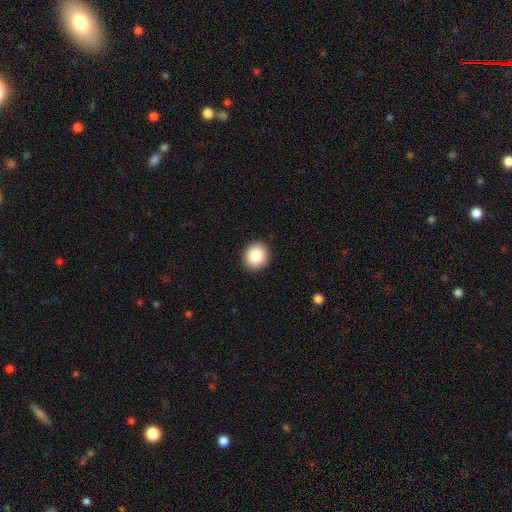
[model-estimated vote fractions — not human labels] Smooth or featured? smooth (86%)
How rounded? round (84%)
Merging? none (92%)